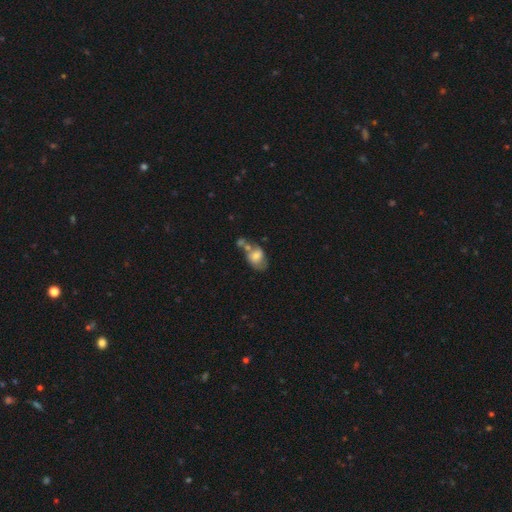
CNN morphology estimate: Overall: smooth (63%; featured or disk 28%). How rounded: in between (77%). Merging: merger (38%; none 27%).